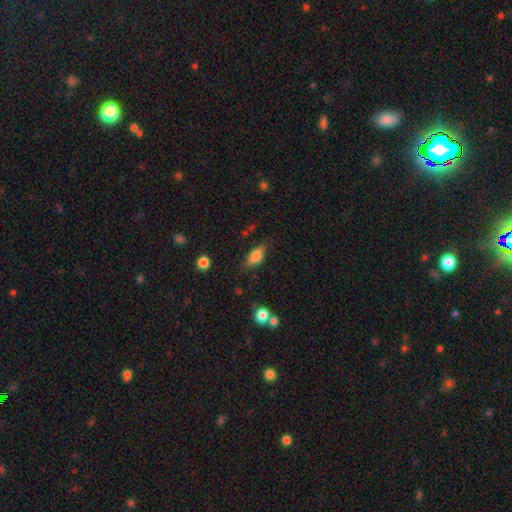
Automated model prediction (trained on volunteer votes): Overall: smooth (68%). How rounded: in between (75%). Merging: none (69%).